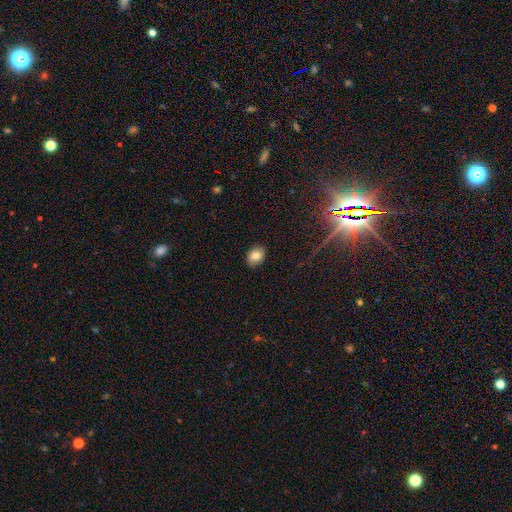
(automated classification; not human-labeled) A smooth galaxy with no disk features (81%) that is in between round and cigar-shaped (56%).

Vote fractions:
- Smooth or featured? smooth: 81% / star or artifact: 10% / featured or disk: 9%
- How rounded? in between: 56% / round: 43% / cigar-shaped: 1%
- Merging? none: 88% / minor disturbance: 9% / major disturbance: 2% / merger: 1%